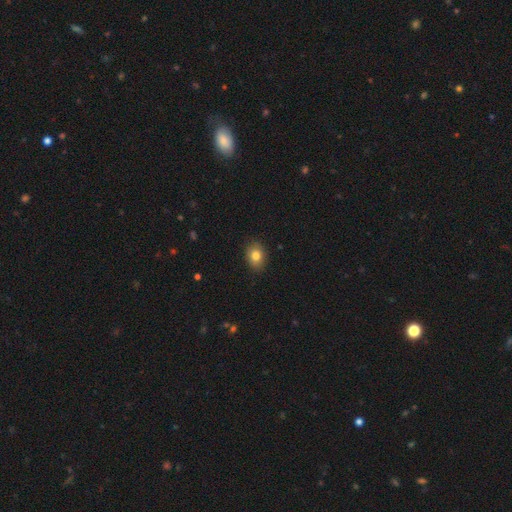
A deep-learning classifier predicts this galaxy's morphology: This is clearly a smooth galaxy (81%). How rounded: likely in between (62%). Merging: clearly none (87%).